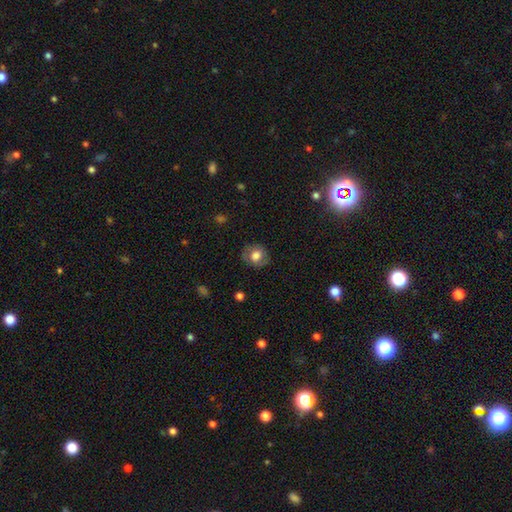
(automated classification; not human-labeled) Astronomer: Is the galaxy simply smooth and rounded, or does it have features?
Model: smooth — 69%.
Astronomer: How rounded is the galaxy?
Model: round — 75%.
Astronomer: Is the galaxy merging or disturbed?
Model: none — 80%.